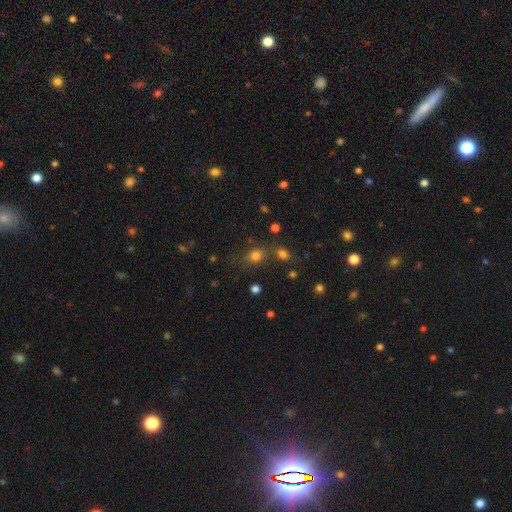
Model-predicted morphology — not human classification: smooth-or-featured: smooth: 75% | star or artifact: 17% | featured or disk: 8%
  how-rounded: round: 54% | in between: 45% | cigar-shaped: 1%
  merging: none: 68% | minor disturbance: 14% | merger: 13% | major disturbance: 6%